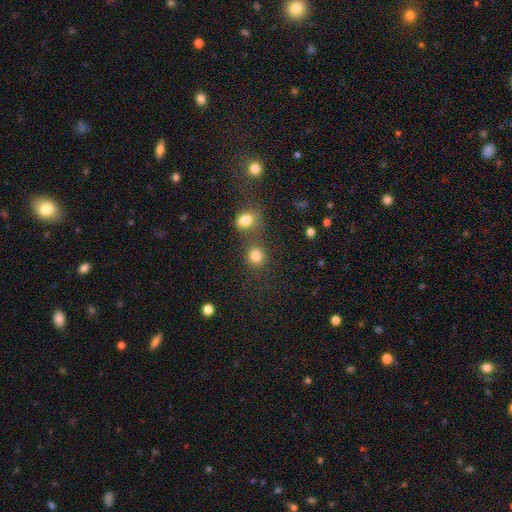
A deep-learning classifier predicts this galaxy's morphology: smooth-or-featured: smooth: 82% | star or artifact: 12% | featured or disk: 6%
  how-rounded: round: 82% | in between: 17% | cigar-shaped: 1%
  merging: none: 58% | merger: 29% | minor disturbance: 8% | major disturbance: 5%